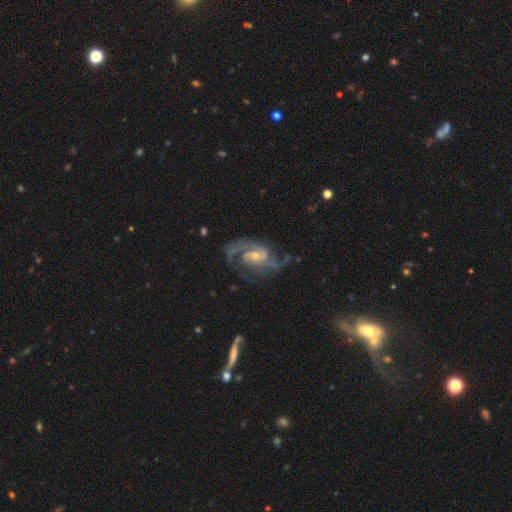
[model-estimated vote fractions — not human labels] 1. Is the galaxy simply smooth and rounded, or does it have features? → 90% featured or disk, 6% star or artifact, 4% smooth.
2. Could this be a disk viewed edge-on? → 97% no, 3% yes.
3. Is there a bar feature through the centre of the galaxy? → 46% no, 41% weak, 13% strong.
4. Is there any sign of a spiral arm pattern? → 97% yes, 3% no.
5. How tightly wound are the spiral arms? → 54% medium, 25% loose, 21% tight.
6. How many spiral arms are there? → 64% 2, 16% 3, 9% can't tell, 4% 4, 4% 1, 4% more than 4.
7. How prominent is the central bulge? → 59% small, 35% moderate, 2% none, 2% large, 1% dominant.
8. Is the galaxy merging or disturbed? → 67% none, 17% minor disturbance, 13% major disturbance, 2% merger.